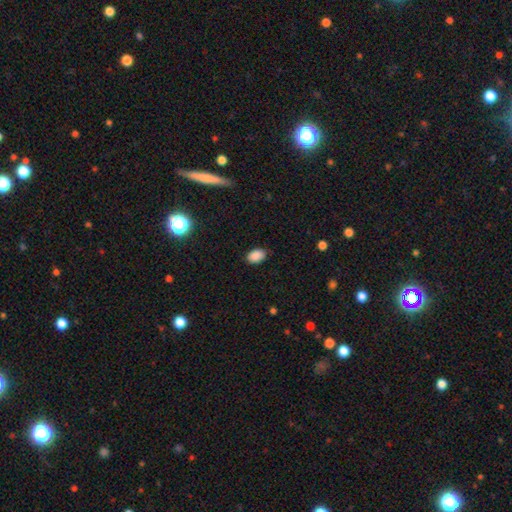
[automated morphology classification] Q: Smooth or featured?
A: smooth (88%); runner-up: star or artifact (9%)
Q: How rounded?
A: in between (88%); runner-up: round (11%)
Q: Merging?
A: none (86%); runner-up: minor disturbance (11%)